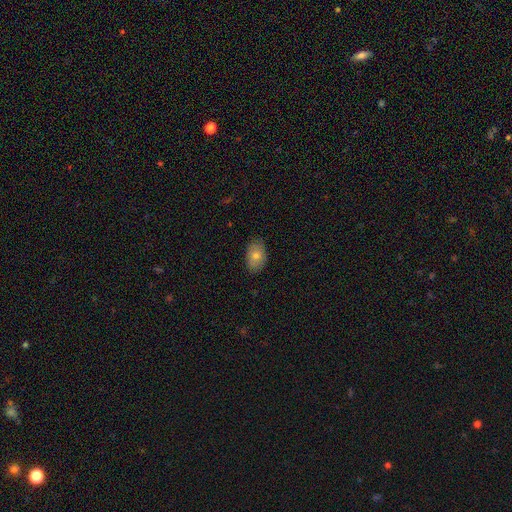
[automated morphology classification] A smooth galaxy with no disk features (72%) that is in between round and cigar-shaped (87%). Merging: none (85%).